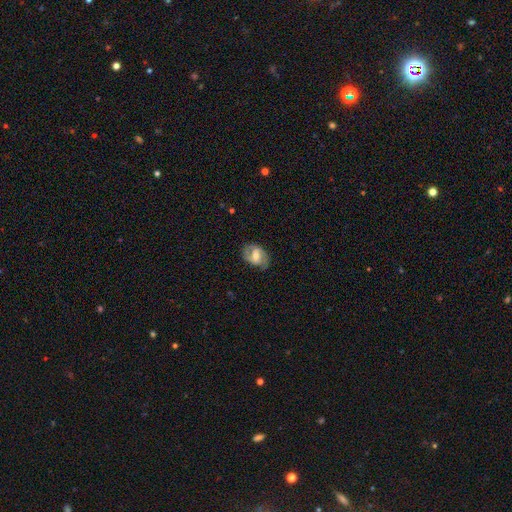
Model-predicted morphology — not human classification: Overall: featured or disk (66%; smooth 27%). Edge-on disk: no (96%). Bar: weak (48%; strong 31%). Spiral arms: yes (81%). Spiral arm count: 2 (83%). Spiral winding: medium (46%; tight 31%). Bulge size: moderate (60%; small 29%). Merging: none (74%).